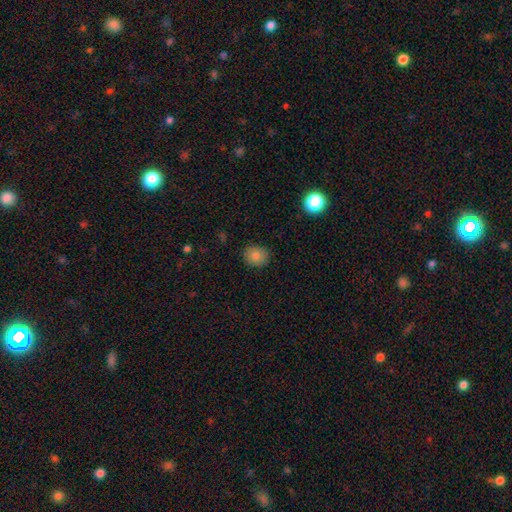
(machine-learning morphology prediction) This appears to be a smooth galaxy with no disk features (81%) that is round (70%). Merging: none (88%).